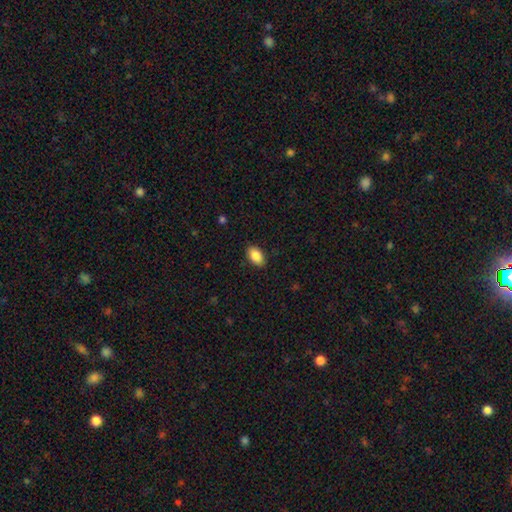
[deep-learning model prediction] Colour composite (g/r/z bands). It shows a smooth galaxy with no disk features (86%) that is in between round and cigar-shaped (92%). Merging: none (88%).